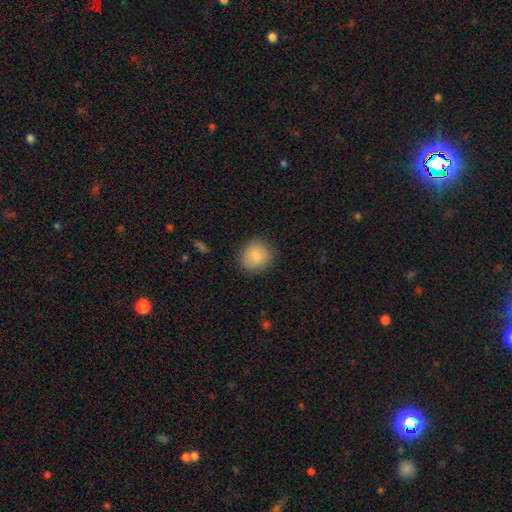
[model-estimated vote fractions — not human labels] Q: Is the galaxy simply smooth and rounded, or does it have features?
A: smooth — 81%.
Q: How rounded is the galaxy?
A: round — 80%.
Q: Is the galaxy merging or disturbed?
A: none — 84%.